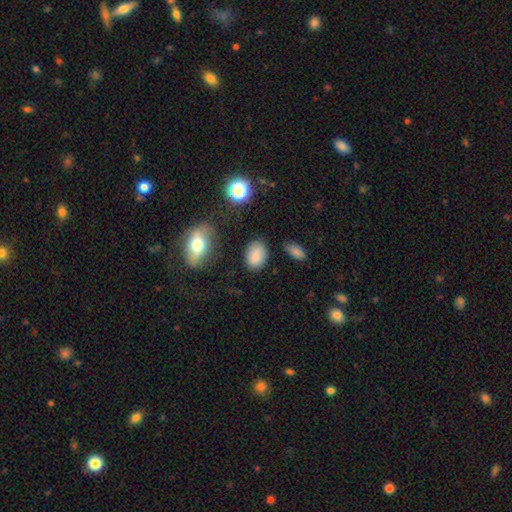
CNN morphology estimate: This is clearly a smooth galaxy (82%). How rounded: likely in between (78%). Merging: likely none (79%).